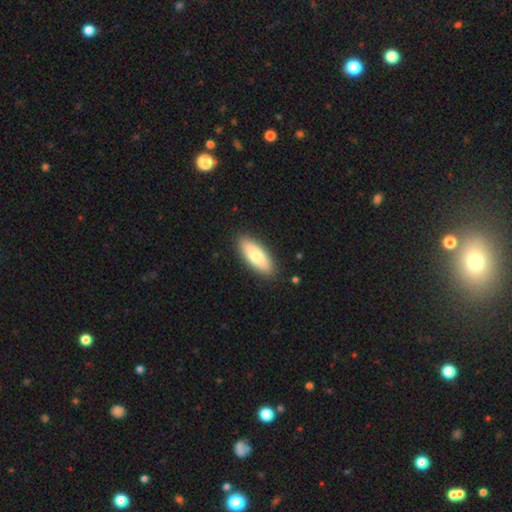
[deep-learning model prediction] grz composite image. It shows a smooth galaxy with no disk features (79%) that is in between round and cigar-shaped (74%). Merging: none (88%).